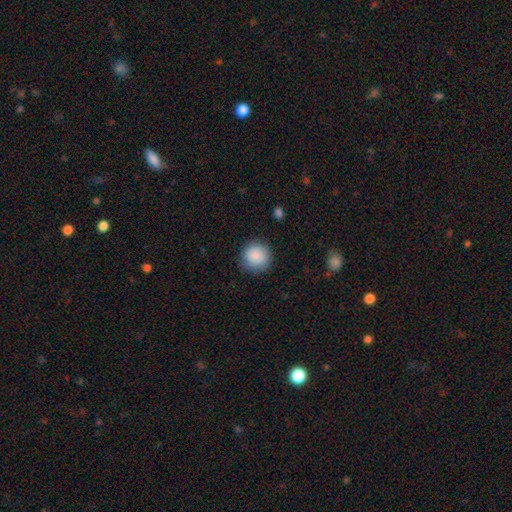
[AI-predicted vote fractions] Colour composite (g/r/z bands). It shows a smooth galaxy with no disk features (87%) that is round (92%). Merging: none (83%).